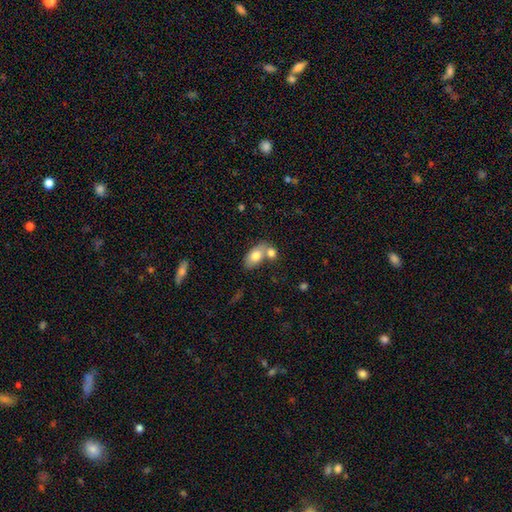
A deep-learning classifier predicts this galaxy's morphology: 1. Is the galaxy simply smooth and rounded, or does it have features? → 76% smooth, 17% featured or disk, 7% star or artifact.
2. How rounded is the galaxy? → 89% in between, 8% round, 3% cigar-shaped.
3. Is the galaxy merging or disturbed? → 44% none, 41% merger, 11% minor disturbance, 4% major disturbance.